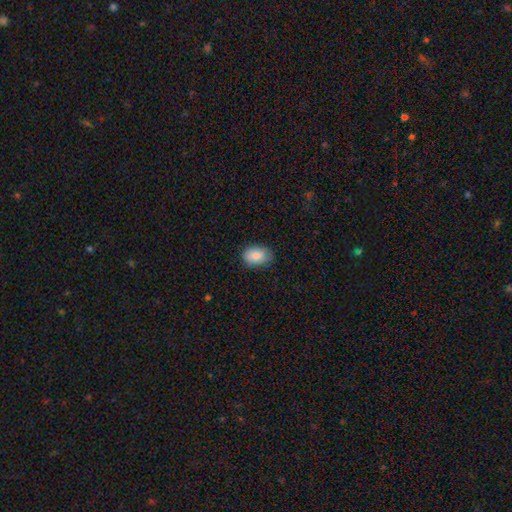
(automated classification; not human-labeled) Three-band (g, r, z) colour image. It shows a smooth galaxy with no disk features (84%) that is in between round and cigar-shaped (84%). Merging: none (76%).